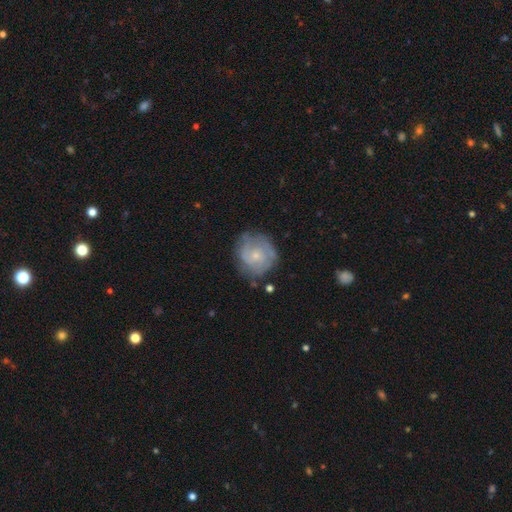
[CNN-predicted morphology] Q: Smooth or featured?
A: featured or disk (59%); runner-up: smooth (34%)
Q: Edge-on disk?
A: no (98%); runner-up: yes (2%)
Q: Bar?
A: no (80%); runner-up: weak (18%)
Q: Spiral arms?
A: yes (71%); runner-up: no (29%)
Q: Bulge size?
A: small (69%); runner-up: moderate (25%)
Q: Merging?
A: none (63%); runner-up: minor disturbance (24%)